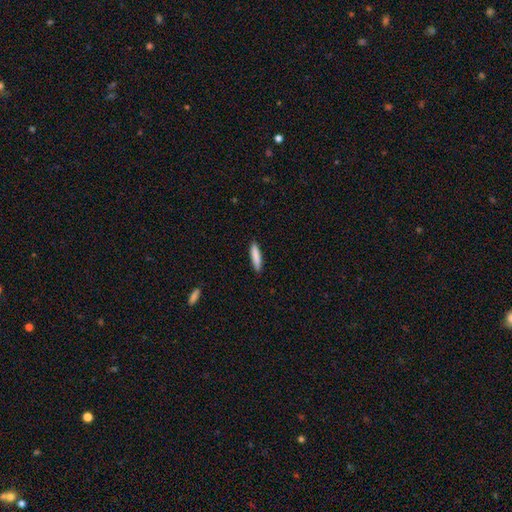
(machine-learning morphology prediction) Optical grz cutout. It shows a smooth galaxy with no disk features (86%) that is cigar-shaped (82%). Merging: none (89%).